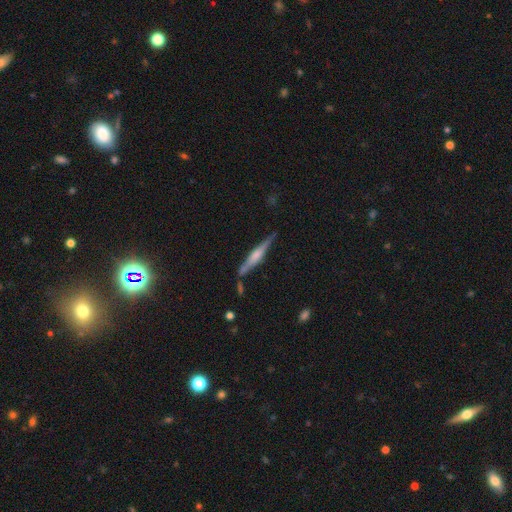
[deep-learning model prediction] featured or disk 62%, smooth 33%, star or artifact 6%. Down the decision tree: edge-on disk — yes (96%); edge-on bulge — rounded (54%); merging — none (76%).